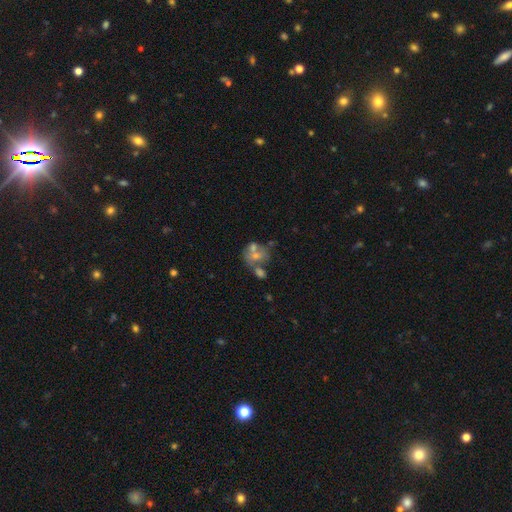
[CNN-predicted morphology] Overall: featured or disk (41%, tied with smooth). Merging: merger (39%; none 35%).